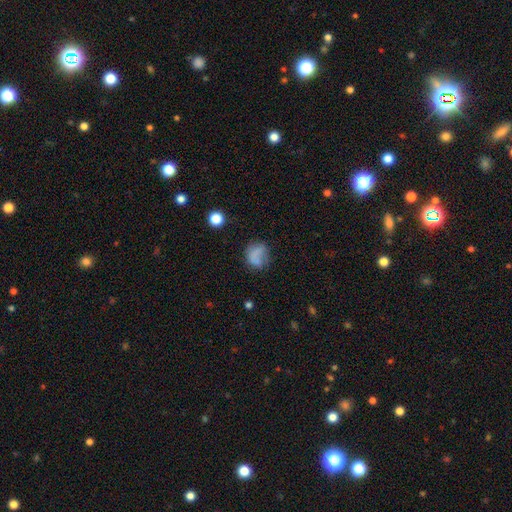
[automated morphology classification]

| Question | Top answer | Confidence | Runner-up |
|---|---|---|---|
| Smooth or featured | smooth | 71% | featured or disk (17%) |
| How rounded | round | 64% | in between (35%) |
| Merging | none | 50% | minor disturbance (25%) |